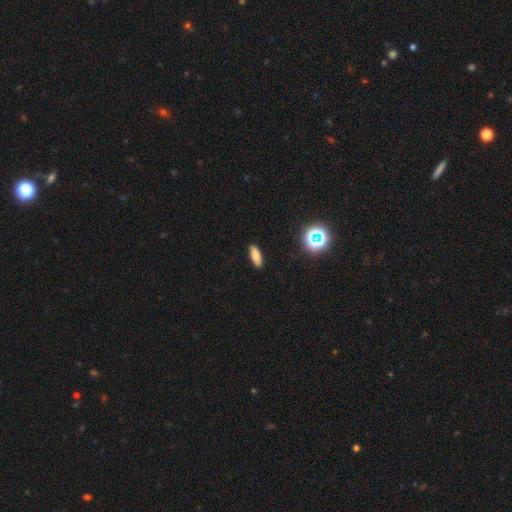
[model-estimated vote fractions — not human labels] smooth_or_featured: smooth (p=0.76) [alt: featured or disk p=0.12]
how_rounded: in between (p=0.63) [alt: cigar-shaped p=0.33]
merging: none (p=0.91) [alt: minor disturbance p=0.07]